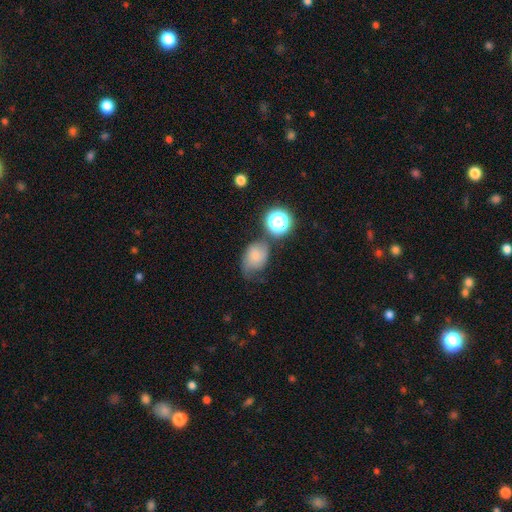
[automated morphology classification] type=smooth (62%); roundness=in between (65%); merging=none (41%).